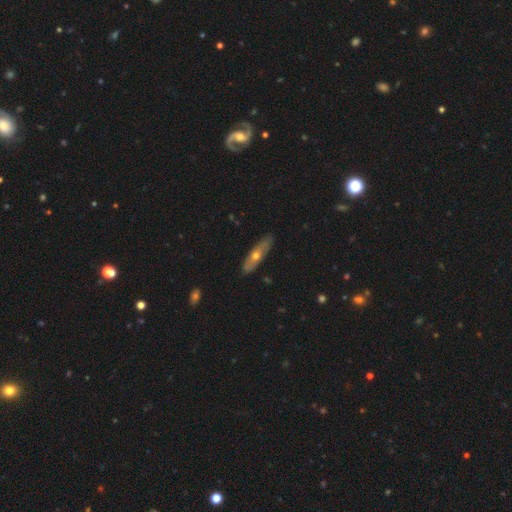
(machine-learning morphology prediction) Smooth or featured?
  - featured or disk: 50% *
  - smooth: 45%
  - star or artifact: 6%
Merging?
  - none: 84% *
  - minor disturbance: 13%
  - major disturbance: 2%
  - merger: 1%